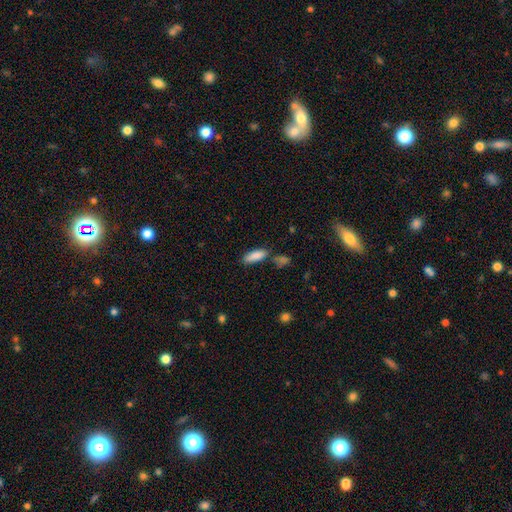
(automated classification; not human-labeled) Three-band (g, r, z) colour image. It shows a smooth galaxy with no disk features (87%) that is in between round and cigar-shaped (62%). Merging: none (69%).